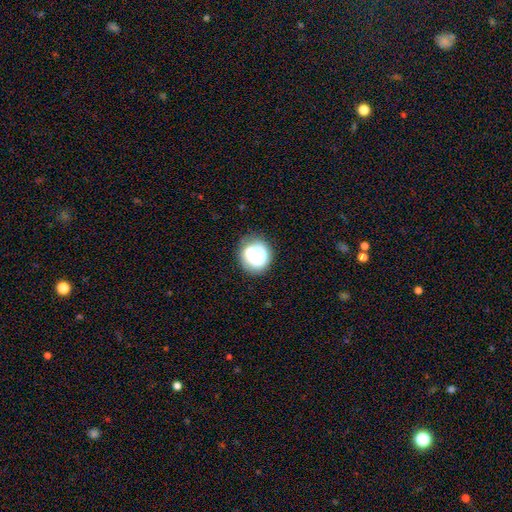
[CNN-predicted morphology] Overall: featured or disk (46%; smooth 45%). Merging: none (73%).